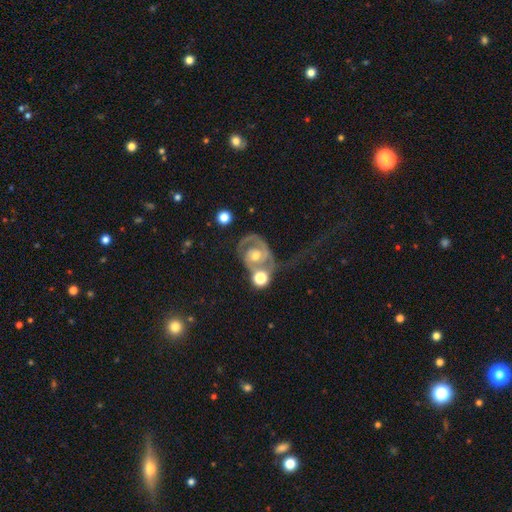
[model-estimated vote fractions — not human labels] A featured or disk galaxy (86%) with no bar (59%), 2 (80%) medium (43%, tied with tight) spiral arms (95%) and a moderate central bulge (63%). Merging: none (36%).